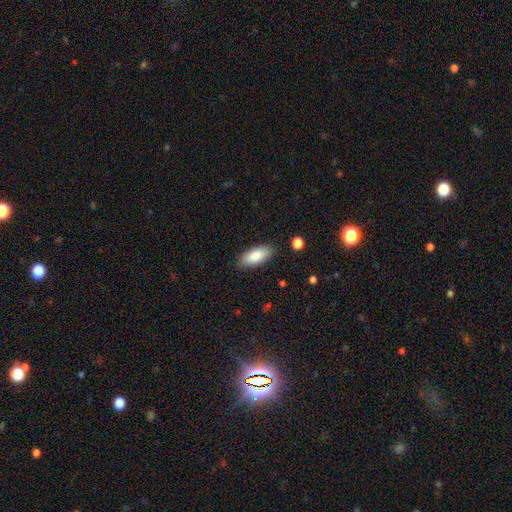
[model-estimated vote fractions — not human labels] The model was most divided on "how rounded": in between: 80%, cigar-shaped: 18%, round: 2%. More confident: merging — none (86%); smooth or featured — smooth (86%).